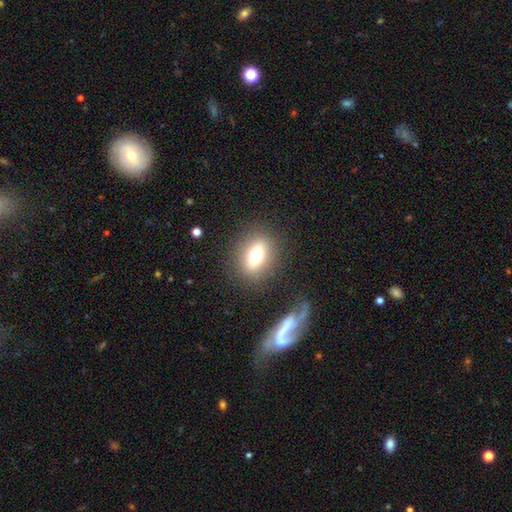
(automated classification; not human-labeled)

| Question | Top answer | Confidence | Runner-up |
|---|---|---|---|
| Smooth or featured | smooth | 65% | featured or disk (24%) |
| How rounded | in between | 61% | round (34%) |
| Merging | none | 84% | minor disturbance (9%) |